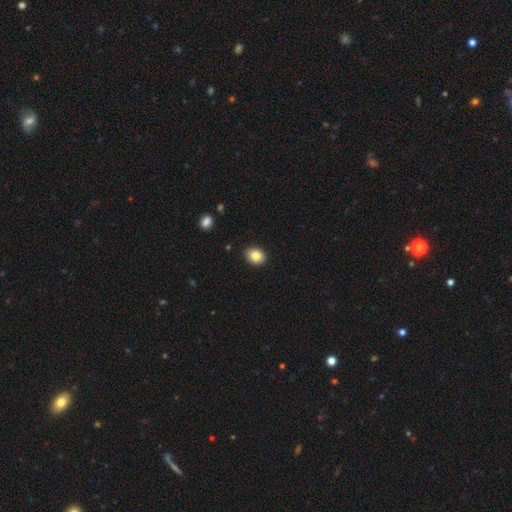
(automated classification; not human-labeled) Smooth or featured?
  - smooth: 85% *
  - star or artifact: 9%
  - featured or disk: 6%
How rounded?
  - in between: 55% *
  - round: 45%
  - cigar-shaped: 1%
Merging?
  - none: 88% *
  - minor disturbance: 9%
  - major disturbance: 2%
  - merger: 1%